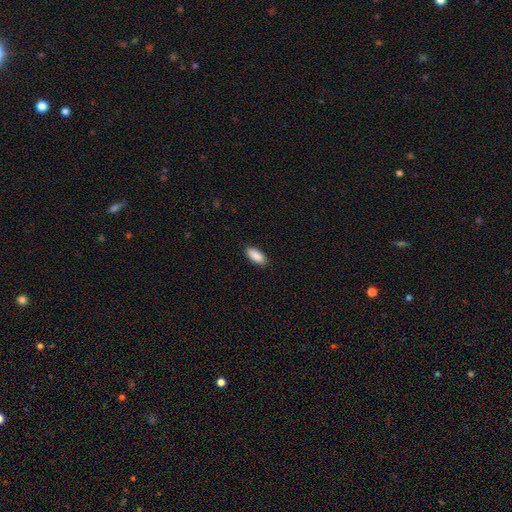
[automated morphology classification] smooth 90%, star or artifact 6%, featured or disk 4%. Down the decision tree: how rounded — in between (85%); merging — none (89%).